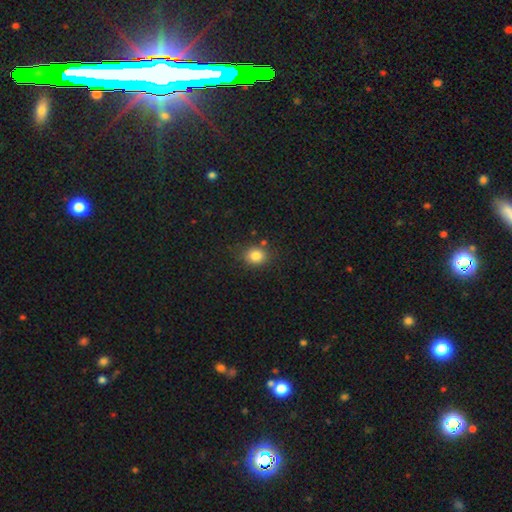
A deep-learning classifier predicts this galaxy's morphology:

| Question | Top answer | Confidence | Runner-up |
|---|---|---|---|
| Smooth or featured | smooth | 83% | star or artifact (11%) |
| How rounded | round | 65% | in between (34%) |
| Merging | none | 82% | minor disturbance (11%) |